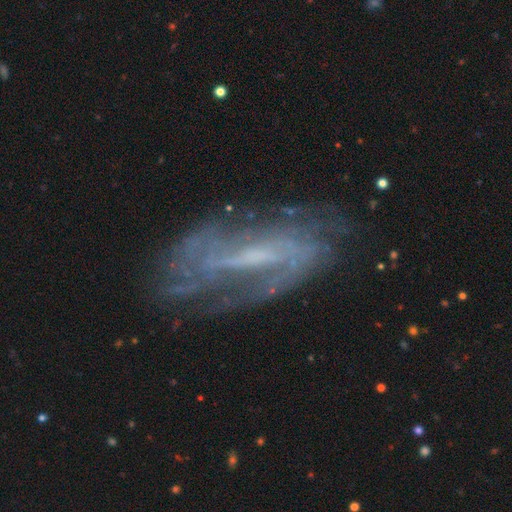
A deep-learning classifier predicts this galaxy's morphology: Overall: featured or disk (79%). Edge-on disk: no (89%). Bar: weak (43%; strong 35%). Spiral arms: yes (82%). Spiral arm count: can't tell (46%; 2 33%). Spiral winding: medium (38%; tight 36%). Bulge size: small (45%; none 30%). Merging: none (65%).